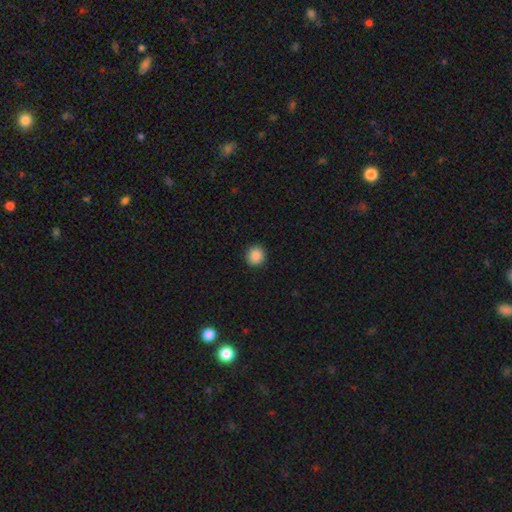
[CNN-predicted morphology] type=smooth (88%); roundness=round (91%); merging=none (92%).